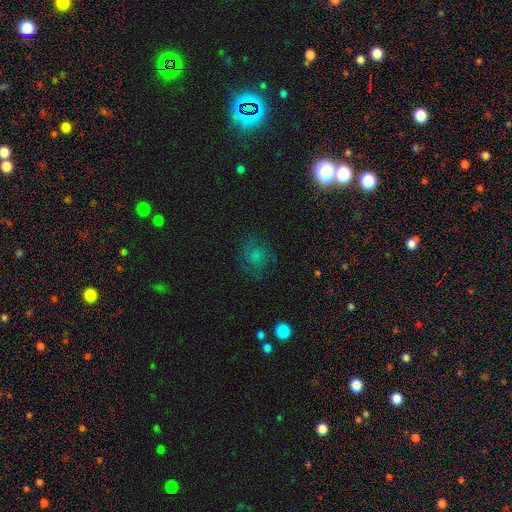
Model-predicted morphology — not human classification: type=smooth (51%); roundness=round (74%); merging=none (67%).